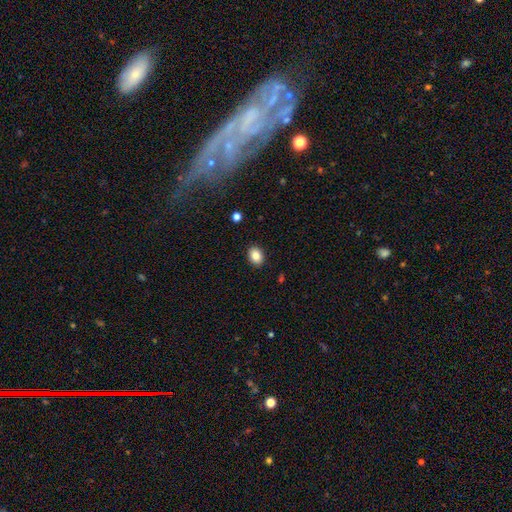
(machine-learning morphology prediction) This is clearly a smooth galaxy (85%). How rounded: likely in between (67%). Merging: clearly none (90%).